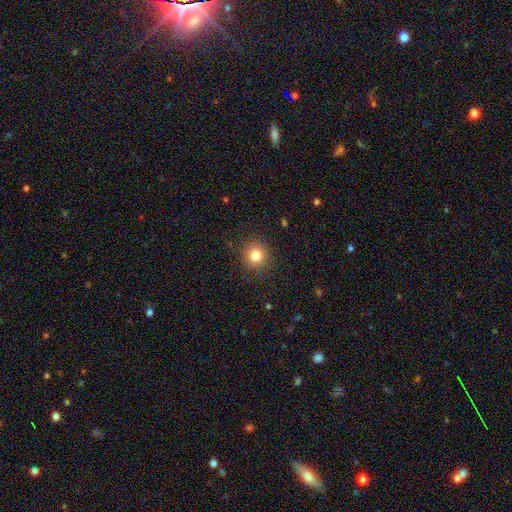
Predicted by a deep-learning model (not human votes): Smooth or featured?
  - smooth: 81% *
  - star or artifact: 12%
  - featured or disk: 7%
How rounded?
  - round: 92% *
  - in between: 7%
  - cigar-shaped: 1%
Merging?
  - none: 90% *
  - minor disturbance: 7%
  - major disturbance: 2%
  - merger: 1%